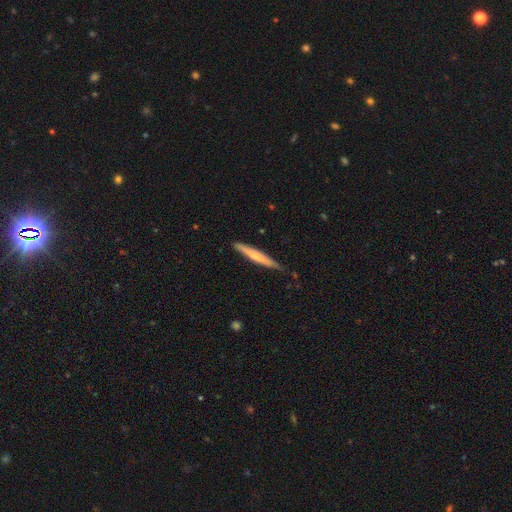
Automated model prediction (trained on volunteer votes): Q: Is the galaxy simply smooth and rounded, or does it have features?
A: smooth — 54%.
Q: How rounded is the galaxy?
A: cigar-shaped — 95%.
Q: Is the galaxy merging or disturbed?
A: none — 82%.